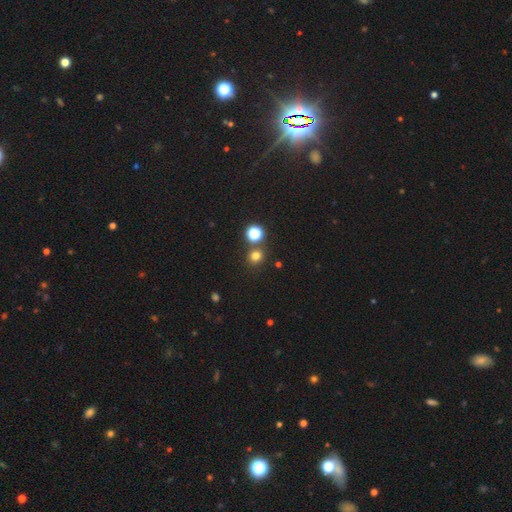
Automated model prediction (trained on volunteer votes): A smooth galaxy with no disk features (74%) that is round (89%). Merging: none (80%).